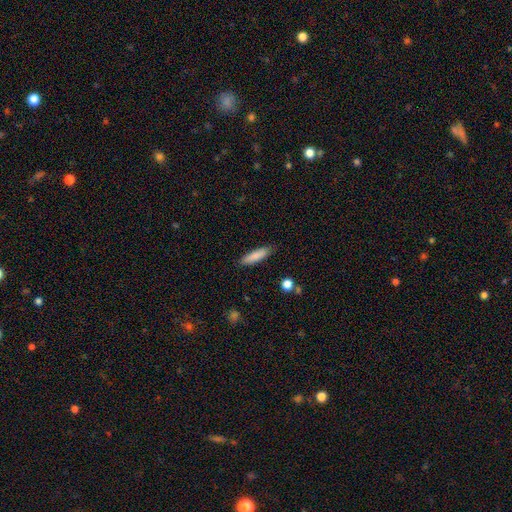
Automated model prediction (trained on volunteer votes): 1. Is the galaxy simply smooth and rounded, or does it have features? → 85% smooth, 8% featured or disk, 7% star or artifact.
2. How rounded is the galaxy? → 68% cigar-shaped, 30% in between, 1% round.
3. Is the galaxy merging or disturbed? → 86% none, 10% minor disturbance, 2% major disturbance, 1% merger.